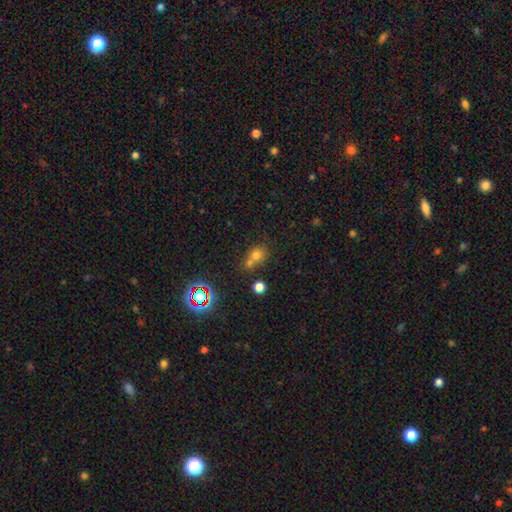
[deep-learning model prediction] smooth 59%, star or artifact 29%, featured or disk 11%. Down the decision tree: how rounded — round (77%); merging — none (50%).